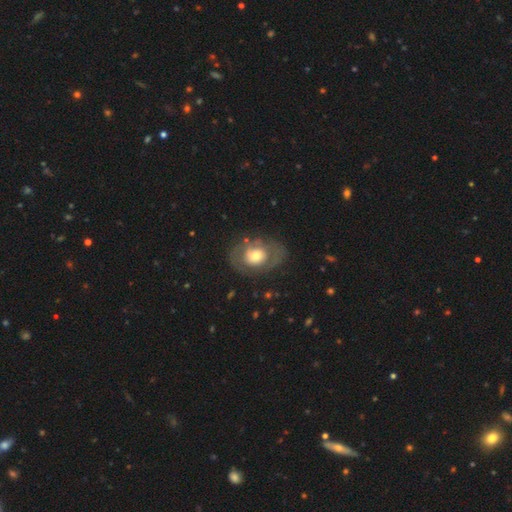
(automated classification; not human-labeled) Smooth or featured? Predicted: featured or disk (p=0.50). Merging? Predicted: none (p=0.67).